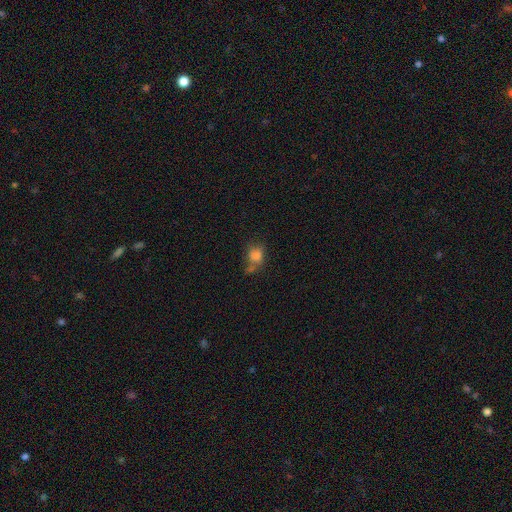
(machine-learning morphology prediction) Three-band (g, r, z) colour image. It shows a smooth galaxy with no disk features (75%) that is round (55%). Merging: none (44%).